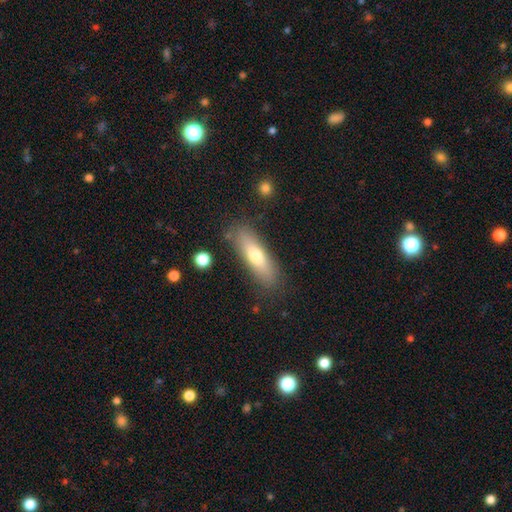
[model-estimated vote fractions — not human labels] smooth_or_featured: smooth (p=0.65) [alt: featured or disk p=0.29]
how_rounded: cigar-shaped (p=0.57) [alt: in between p=0.41]
merging: none (p=0.81) [alt: minor disturbance p=0.13]